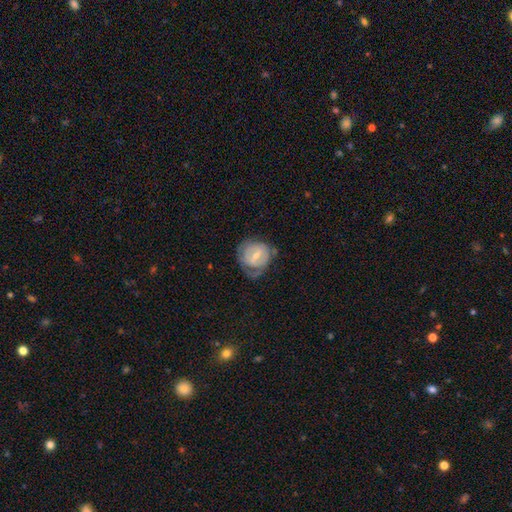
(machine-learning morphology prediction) Smooth or featured: featured or disk — 60% (smooth — 34%)
Edge-on disk: no — 96% (yes — 4%)
Bar: weak — 54% (no — 23%)
Spiral arms: yes — 62% (no — 38%)
Bulge size: small — 49% (moderate — 44%)
Merging: none — 49% (minor disturbance — 28%)